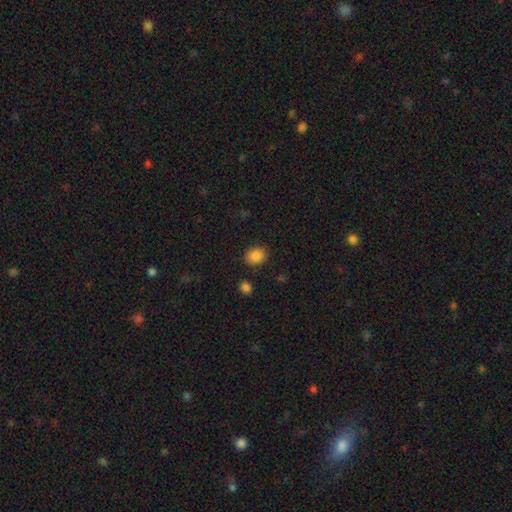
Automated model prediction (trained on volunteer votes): Morphology: type=smooth (87%); roundness=round (58%); merging=none (86%).